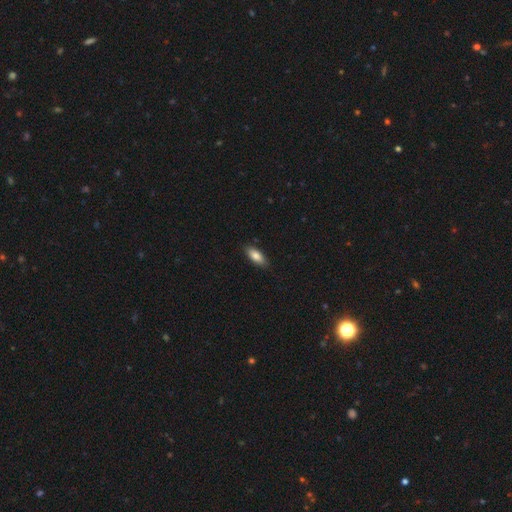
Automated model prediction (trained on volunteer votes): The model was most divided on "how rounded": in between: 82%, cigar-shaped: 16%, round: 2%. More confident: merging — none (87%); smooth or featured — smooth (83%).